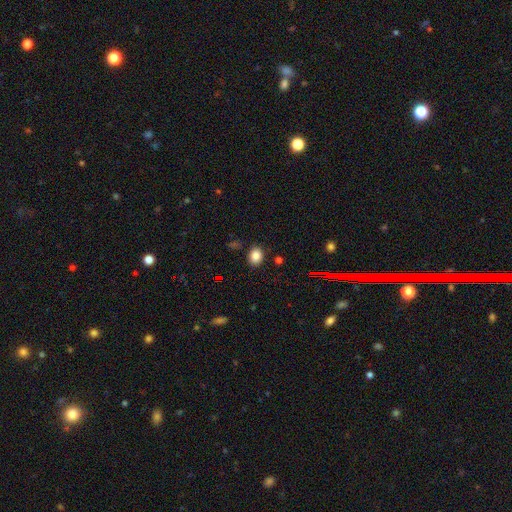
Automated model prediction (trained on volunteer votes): This is clearly a smooth galaxy (84%). How rounded: possibly in between (56%). Merging: clearly none (85%).